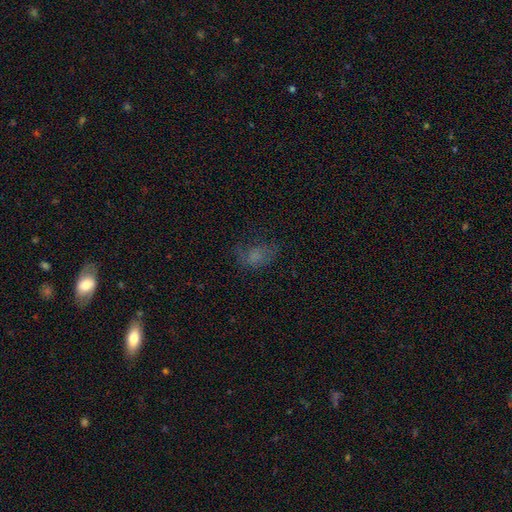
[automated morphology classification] A smooth galaxy with no disk features (55%) that is in between round and cigar-shaped (78%). Merging: none (45%).